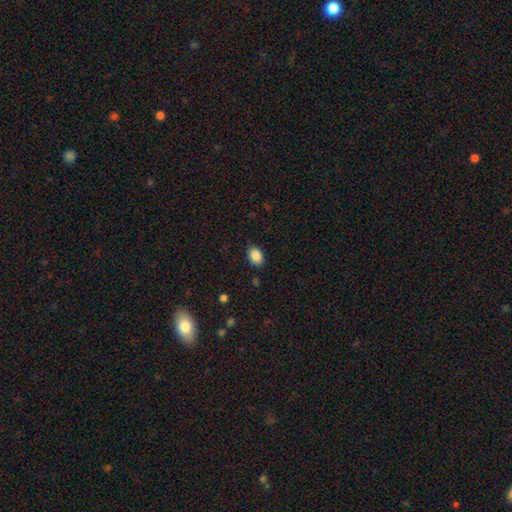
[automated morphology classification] Smooth or featured: smooth — 88% (star or artifact — 8%)
How rounded: in between — 80% (round — 19%)
Merging: none — 85% (minor disturbance — 11%)